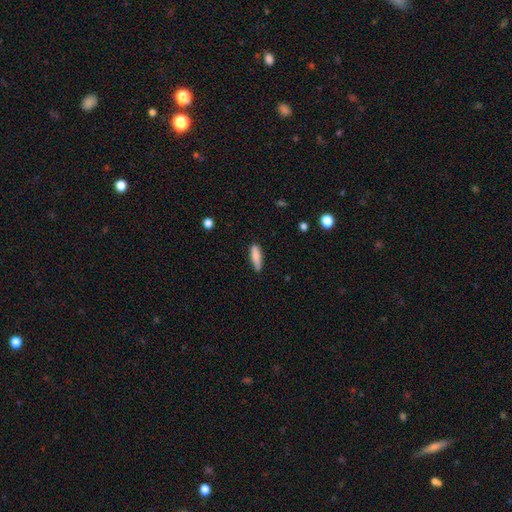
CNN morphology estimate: type=smooth (82%); roundness=cigar-shaped (63%); merging=none (78%).